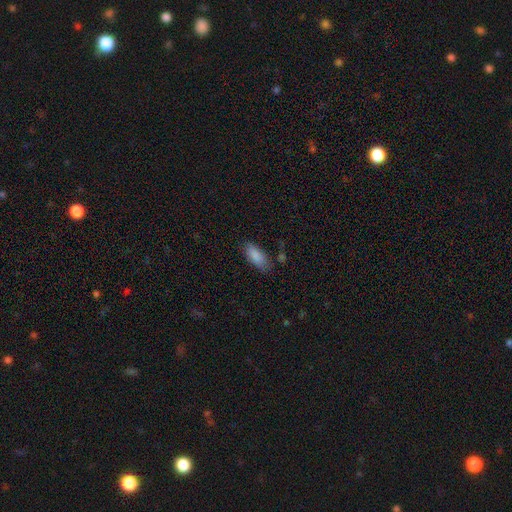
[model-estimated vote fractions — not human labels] smooth 87%, star or artifact 7%, featured or disk 7%. Down the decision tree: how rounded — in between (84%); merging — none (71%).